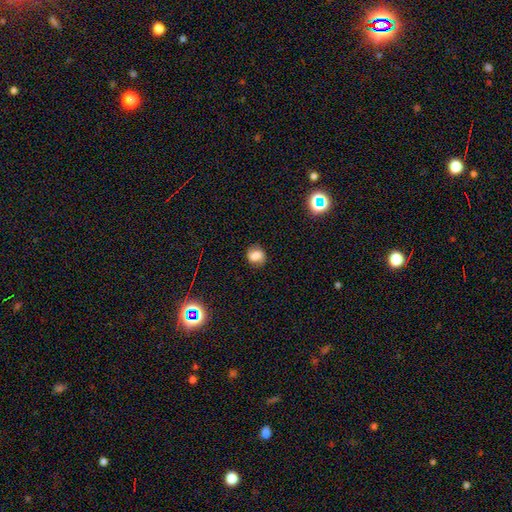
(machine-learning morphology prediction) Q: Smooth or featured?
A: smooth (75%); runner-up: featured or disk (13%)
Q: How rounded?
A: round (67%); runner-up: in between (32%)
Q: Merging?
A: none (81%); runner-up: minor disturbance (14%)